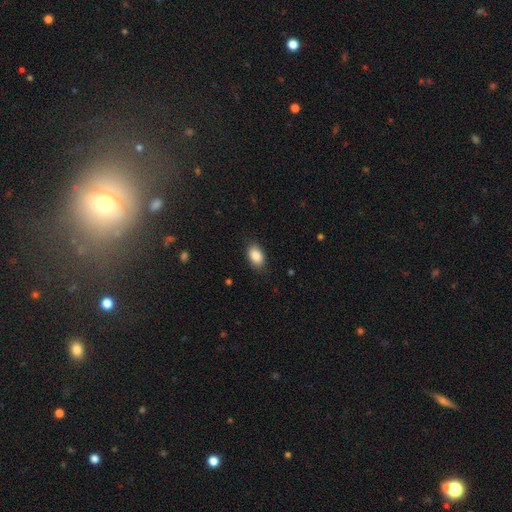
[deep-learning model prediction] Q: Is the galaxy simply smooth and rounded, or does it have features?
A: smooth — 87%.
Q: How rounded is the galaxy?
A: in between — 89%.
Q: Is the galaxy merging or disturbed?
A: none — 85%.